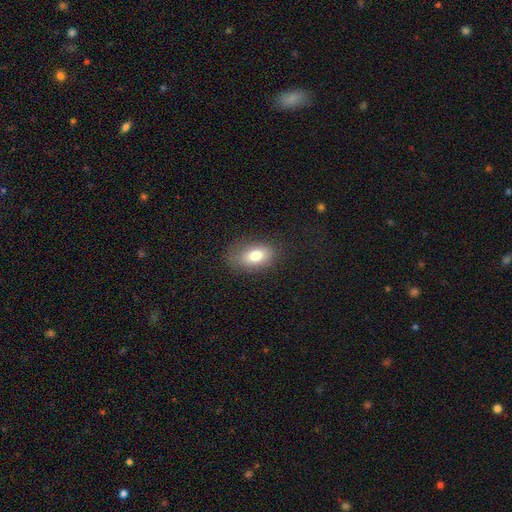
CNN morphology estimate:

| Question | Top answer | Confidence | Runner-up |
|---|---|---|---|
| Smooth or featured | smooth | 78% | featured or disk (13%) |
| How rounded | in between | 88% | round (10%) |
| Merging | none | 74% | minor disturbance (18%) |